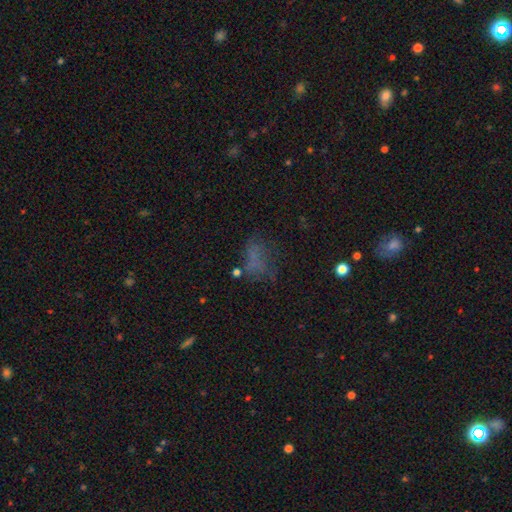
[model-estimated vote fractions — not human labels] The model was most divided on "merging": none: 47%, major disturbance: 26%, minor disturbance: 21%, merger: 6%. More confident: how rounded — in between (76%); smooth or featured — smooth (50%).